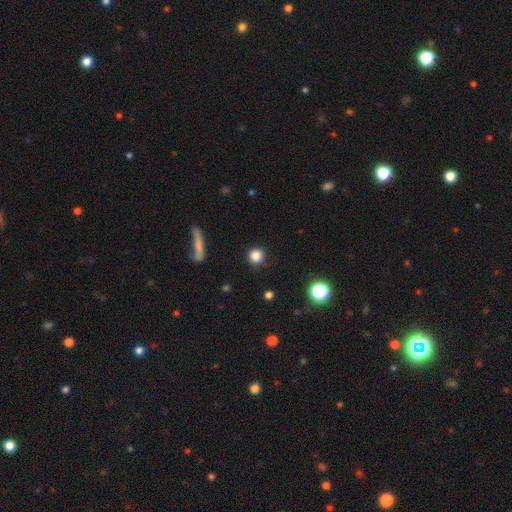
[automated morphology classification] A smooth galaxy with no disk features (84%) that is round (92%). Merging: none (89%).